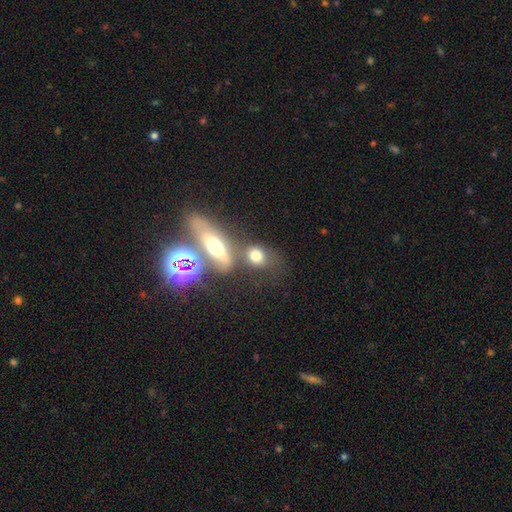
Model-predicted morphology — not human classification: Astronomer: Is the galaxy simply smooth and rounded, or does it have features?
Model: smooth — 70%.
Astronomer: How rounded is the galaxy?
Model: in between — 48%, tied with round at 48%.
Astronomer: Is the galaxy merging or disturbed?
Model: none — 47% (runner-up: merger, 33%).